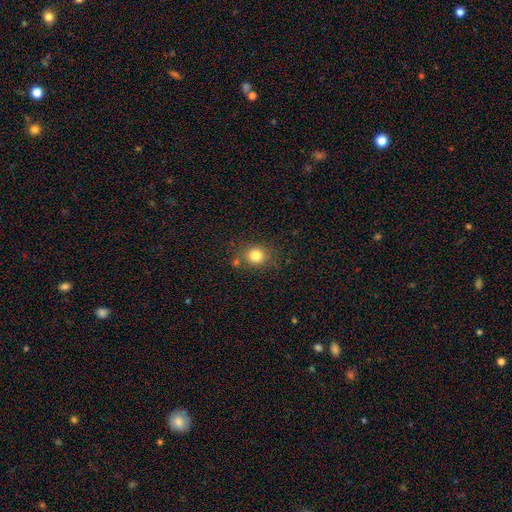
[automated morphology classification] This is clearly a smooth galaxy (81%). How rounded: likely round (79%). Merging: likely none (77%).